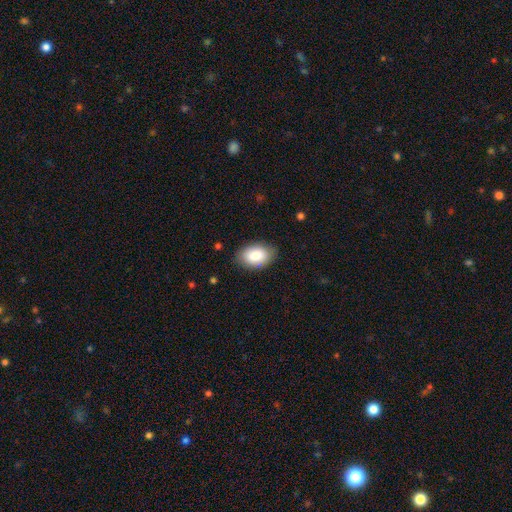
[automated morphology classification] A smooth galaxy with no disk features (86%) that is in between round and cigar-shaped (91%). Merging: none (83%).